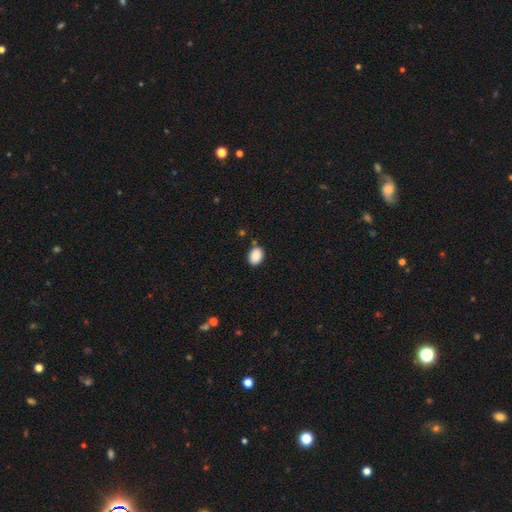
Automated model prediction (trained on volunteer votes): This is clearly a smooth galaxy (89%). How rounded: likely in between (75%). Merging: clearly none (80%).